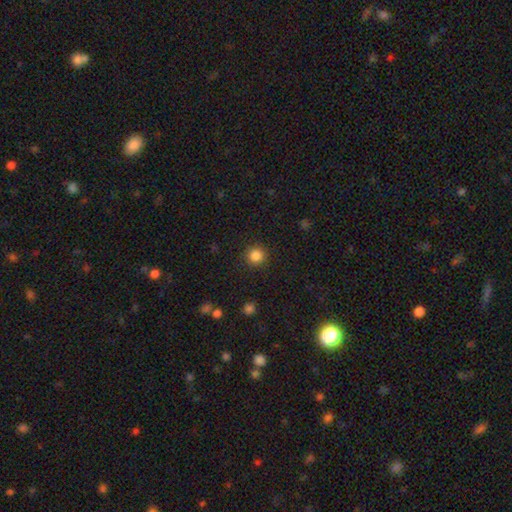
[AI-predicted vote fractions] This is clearly a smooth galaxy (85%). How rounded: clearly round (94%). Merging: clearly none (90%).